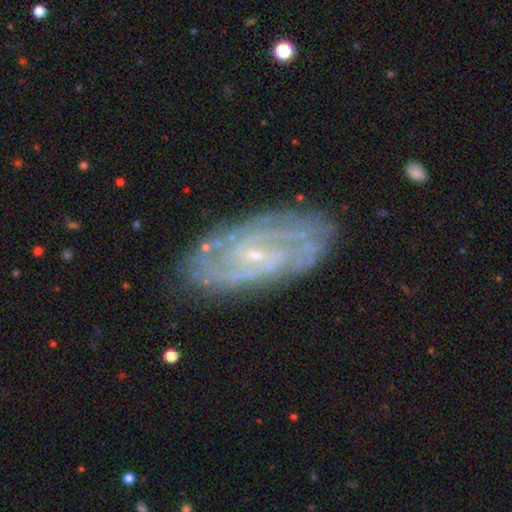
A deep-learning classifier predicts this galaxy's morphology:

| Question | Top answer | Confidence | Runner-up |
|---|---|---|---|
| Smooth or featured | featured or disk | 86% | smooth (7%) |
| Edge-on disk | no | 94% | yes (6%) |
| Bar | no | 43% | tied: weak (43%) |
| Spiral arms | yes | 96% | no (4%) |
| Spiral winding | tight | 63% | medium (30%) |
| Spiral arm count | can't tell | 28% | tied: 2 (28%) |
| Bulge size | small | 83% | moderate (12%) |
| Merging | none | 81% | minor disturbance (14%) |